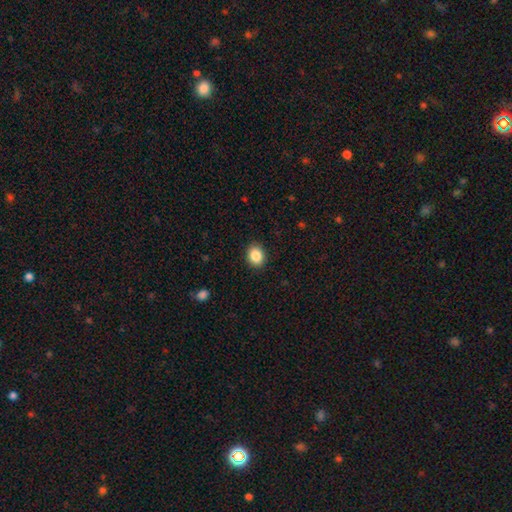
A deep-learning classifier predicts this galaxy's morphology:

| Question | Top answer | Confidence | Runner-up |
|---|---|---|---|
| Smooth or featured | smooth | 87% | star or artifact (9%) |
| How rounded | in between | 51% | round (48%) |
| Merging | none | 90% | minor disturbance (7%) |